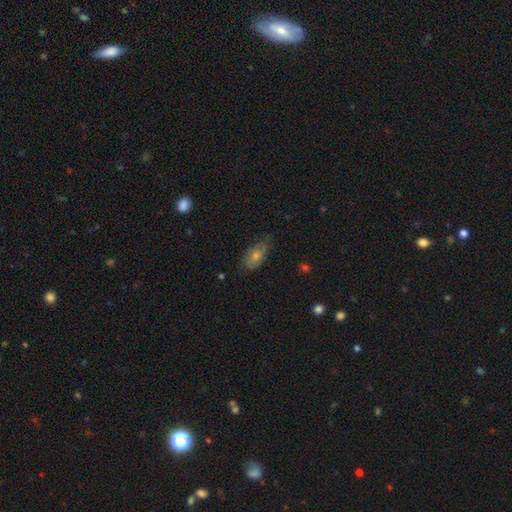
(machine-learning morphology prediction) Smooth or featured? Predicted: smooth (p=0.51). How rounded? Predicted: in between (p=0.84). Merging? Predicted: none (p=0.64).